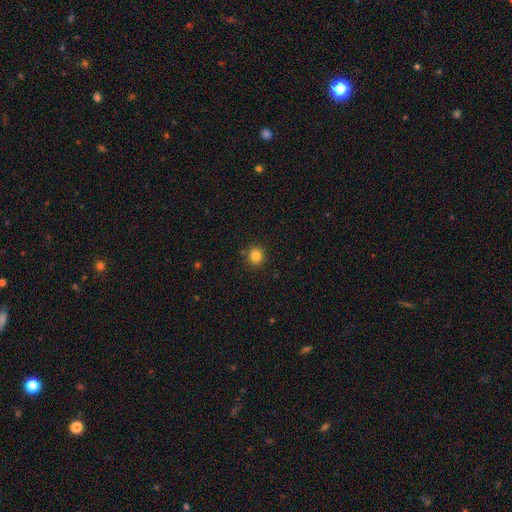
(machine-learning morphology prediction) Smooth or featured? smooth (83%)
How rounded? round (88%)
Merging? none (88%)